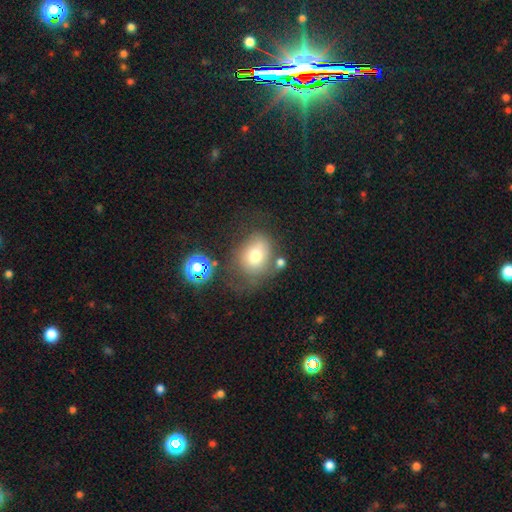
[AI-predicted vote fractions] smooth-or-featured: smooth: 69% | featured or disk: 18% | star or artifact: 13%
  how-rounded: round: 55% | in between: 44% | cigar-shaped: 1%
  merging: none: 48% | minor disturbance: 24% | major disturbance: 17% | merger: 11%